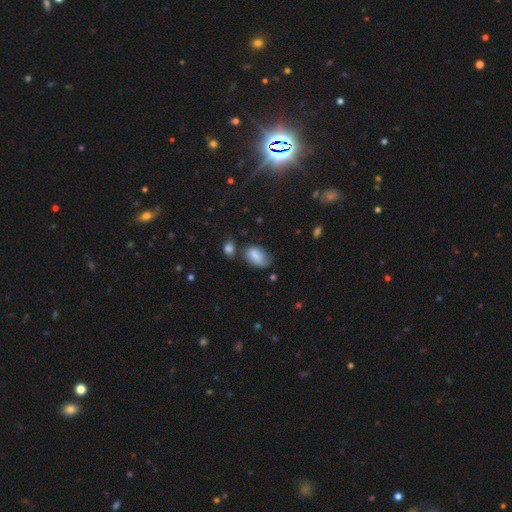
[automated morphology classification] Smooth or featured? Predicted: smooth (p=0.83). How rounded? Predicted: in between (p=0.91). Merging? Predicted: none (p=0.48).